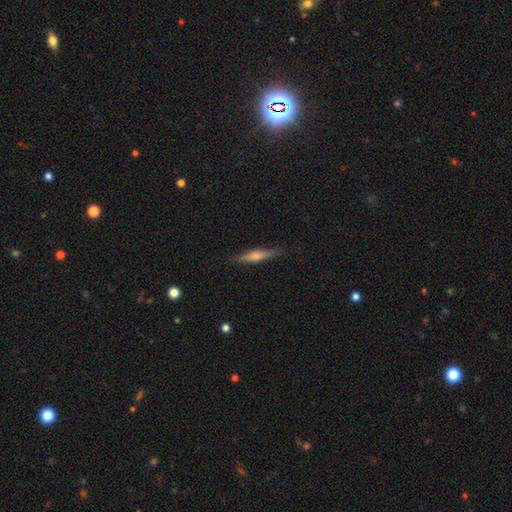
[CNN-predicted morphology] type=featured or disk (63%); edge-on=yes (97%); edge-on bulge=rounded (75%); merging=none (88%).